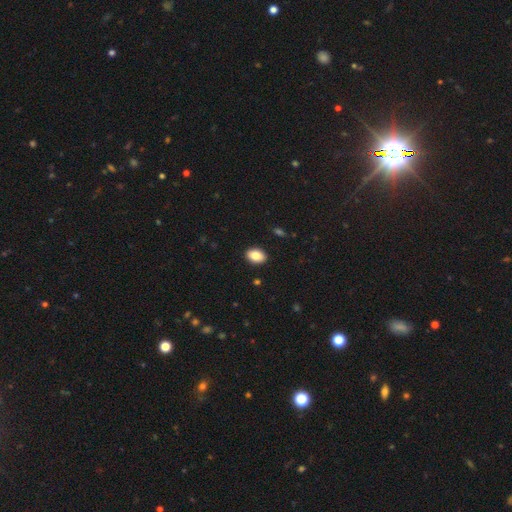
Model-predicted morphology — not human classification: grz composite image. It shows a smooth galaxy with no disk features (85%) that is in between round and cigar-shaped (83%). Merging: none (91%).